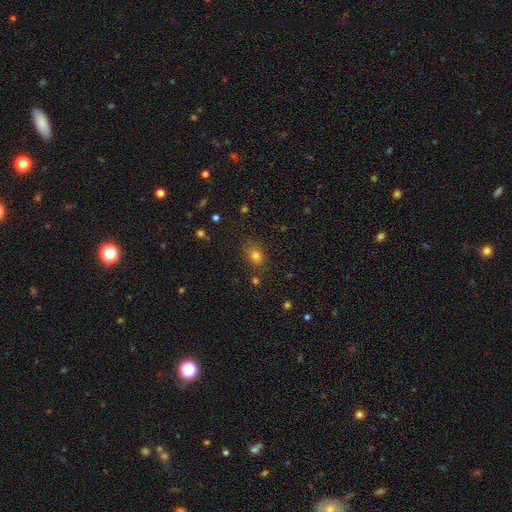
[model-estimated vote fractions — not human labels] Overall: smooth (75%). How rounded: in between (67%; round 31%). Merging: none (81%).